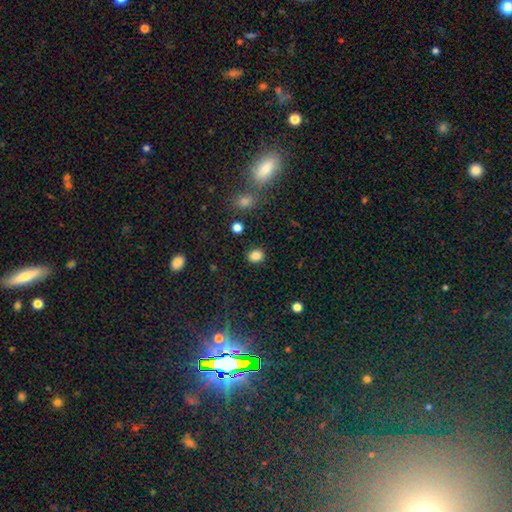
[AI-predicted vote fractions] Q: Smooth or featured?
A: smooth (84%); runner-up: star or artifact (12%)
Q: How rounded?
A: round (60%); runner-up: in between (40%)
Q: Merging?
A: none (87%); runner-up: minor disturbance (8%)